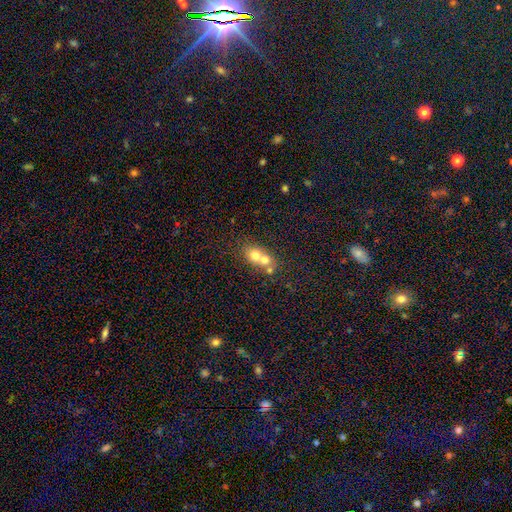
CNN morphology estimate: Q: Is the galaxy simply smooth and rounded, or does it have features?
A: smooth — 66%.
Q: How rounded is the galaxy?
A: round — 65%.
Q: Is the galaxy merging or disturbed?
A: merger — 67%.